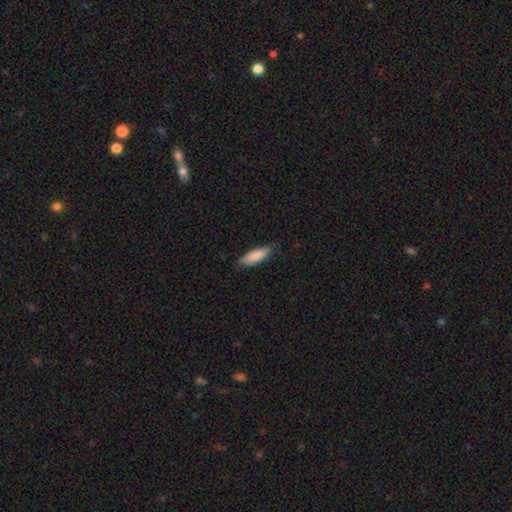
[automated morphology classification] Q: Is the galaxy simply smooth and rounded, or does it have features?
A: smooth — 86%.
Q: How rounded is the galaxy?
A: in between — 59%.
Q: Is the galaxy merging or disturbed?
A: none — 79%.